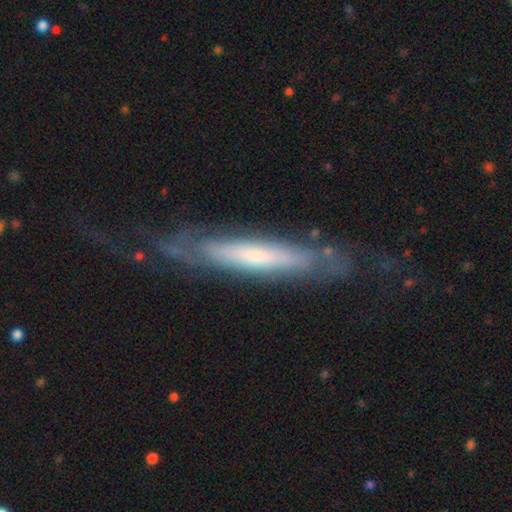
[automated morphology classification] A featured or disk galaxy (66%) viewed edge-on (60%).

Vote fractions:
- Smooth or featured? featured or disk: 66% / smooth: 28% / star or artifact: 6%
- Edge-on disk? yes: 60% / no: 40%
- Merging? none: 64% / minor disturbance: 21% / major disturbance: 13% / merger: 2%